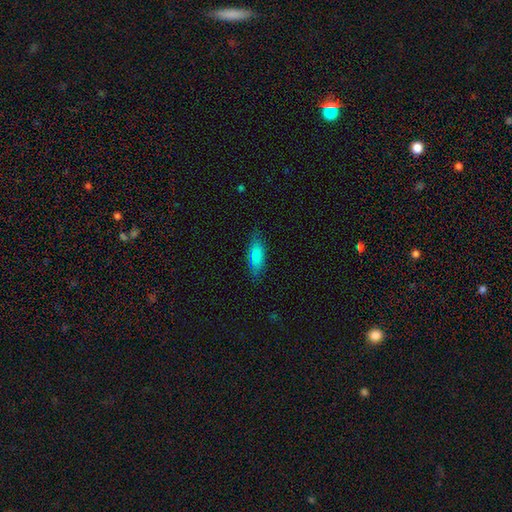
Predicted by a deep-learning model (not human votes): smooth-or-featured: smooth: 77% | featured or disk: 12% | star or artifact: 11%
  how-rounded: in between: 72% | cigar-shaped: 25% | round: 2%
  merging: none: 82% | minor disturbance: 14% | major disturbance: 3% | merger: 1%